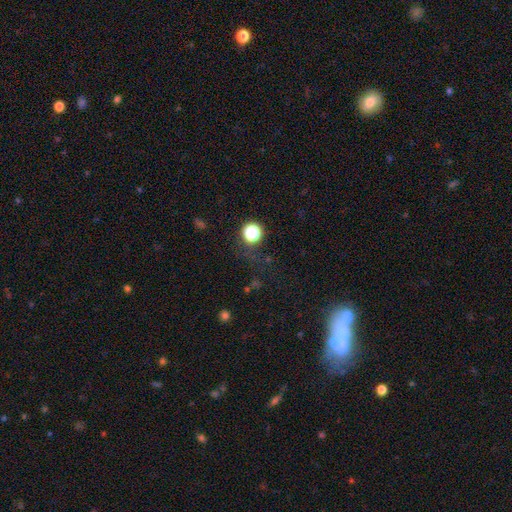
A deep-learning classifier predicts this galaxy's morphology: Smooth or featured? Predicted: star or artifact (p=0.39).